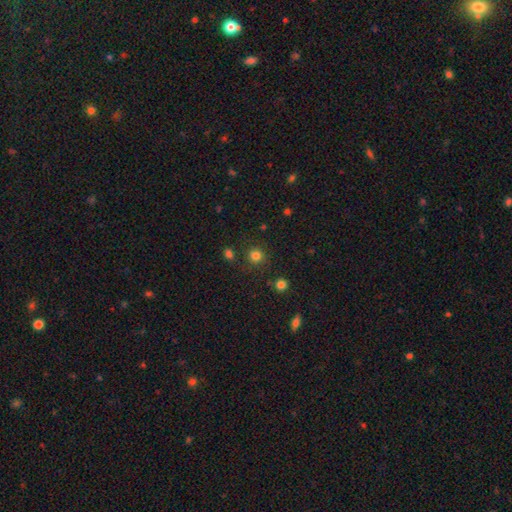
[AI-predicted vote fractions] smooth_or_featured: smooth (p=0.80) [alt: star or artifact p=0.16]
how_rounded: round (p=0.92) [alt: in between p=0.07]
merging: none (p=0.86) [alt: minor disturbance p=0.07]